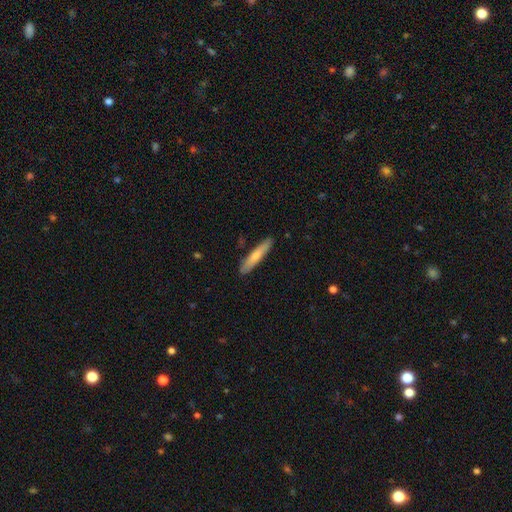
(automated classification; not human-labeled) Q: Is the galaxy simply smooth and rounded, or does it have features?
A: smooth — 70%.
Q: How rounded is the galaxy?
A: cigar-shaped — 90%.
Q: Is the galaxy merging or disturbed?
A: none — 87%.